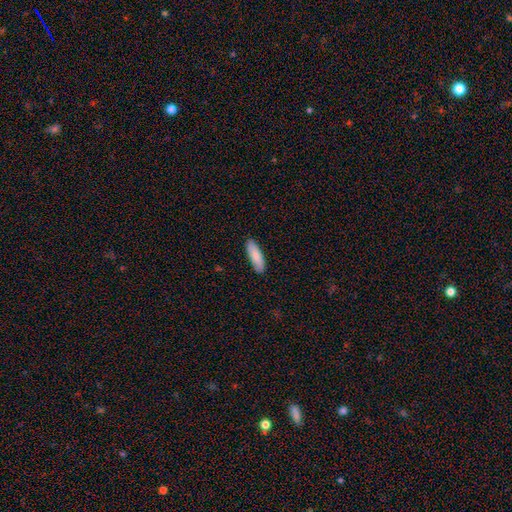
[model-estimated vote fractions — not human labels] Smooth or featured: smooth — 83% (featured or disk — 12%)
How rounded: in between — 50% (cigar-shaped — 48%)
Merging: none — 89% (minor disturbance — 8%)